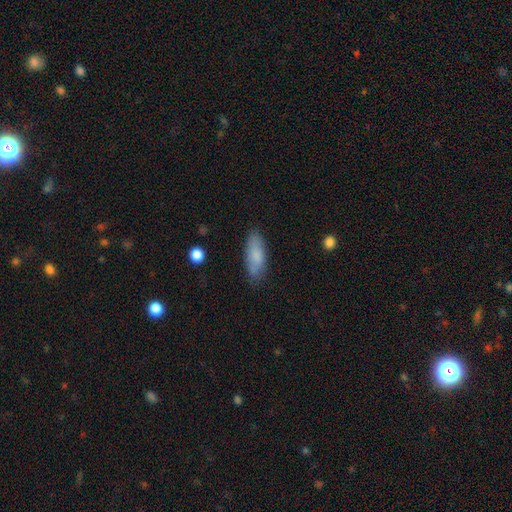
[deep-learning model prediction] A smooth galaxy with no disk features (80%) that is in between round and cigar-shaped (68%). Merging: none (77%).